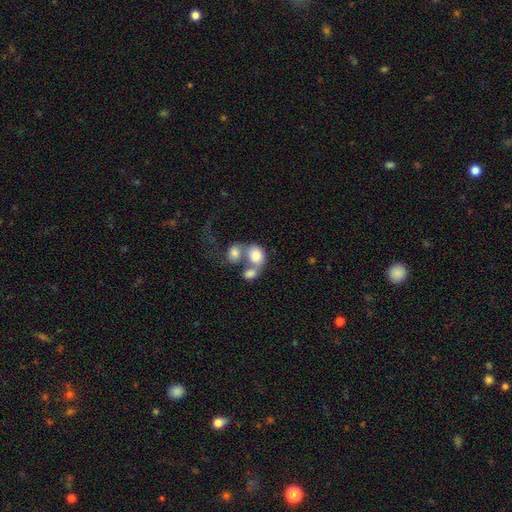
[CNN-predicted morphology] Q: Smooth or featured?
A: smooth (74%); runner-up: featured or disk (16%)
Q: How rounded?
A: round (50%); runner-up: in between (49%)
Q: Merging?
A: merger (65%); runner-up: none (20%)